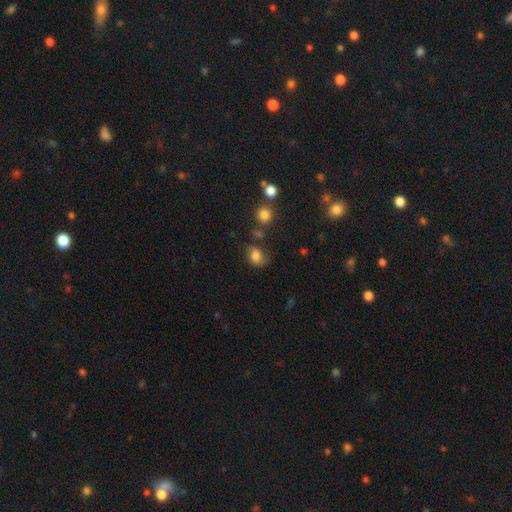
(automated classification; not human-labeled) This appears to be a smooth galaxy with no disk features (77%) that is in between round and cigar-shaped (54%). Merging: none (54%).